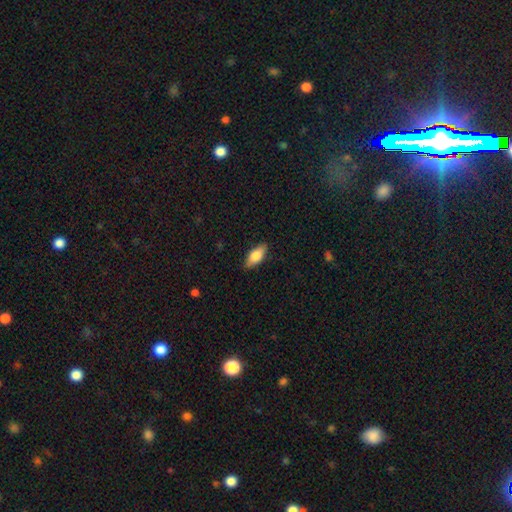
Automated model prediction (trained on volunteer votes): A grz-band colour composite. It shows a smooth galaxy with no disk features (74%) that is in between round and cigar-shaped (83%). Merging: none (86%).